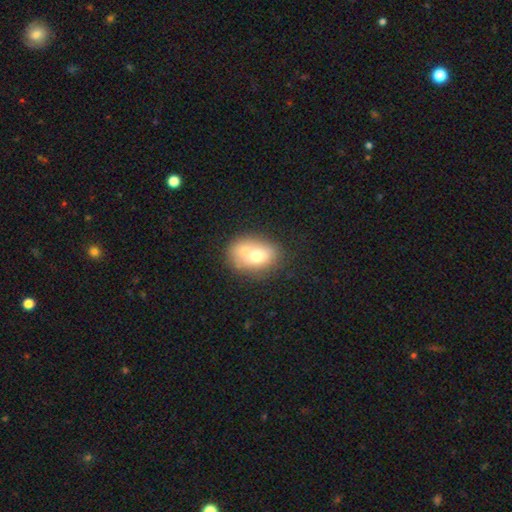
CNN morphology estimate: smooth-or-featured: smooth: 67% | featured or disk: 24% | star or artifact: 9%
  how-rounded: in between: 74% | round: 24% | cigar-shaped: 2%
  merging: merger: 40% | none: 39% | minor disturbance: 15% | major disturbance: 6%